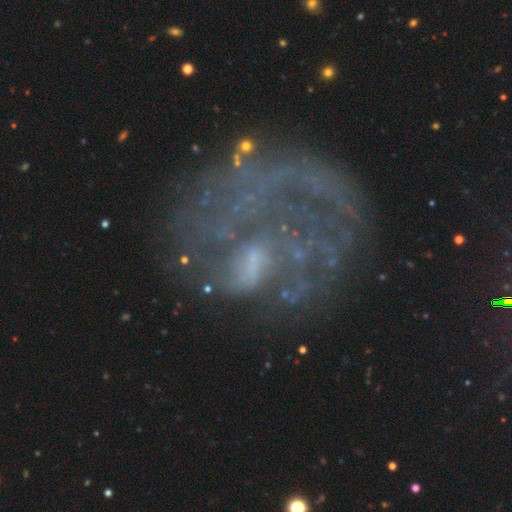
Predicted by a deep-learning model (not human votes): A featured or disk galaxy (65%) with no bar (68%), no spiral arms (50%, tied with yes) and no central bulge (49%). Merging: major disturbance (42%).